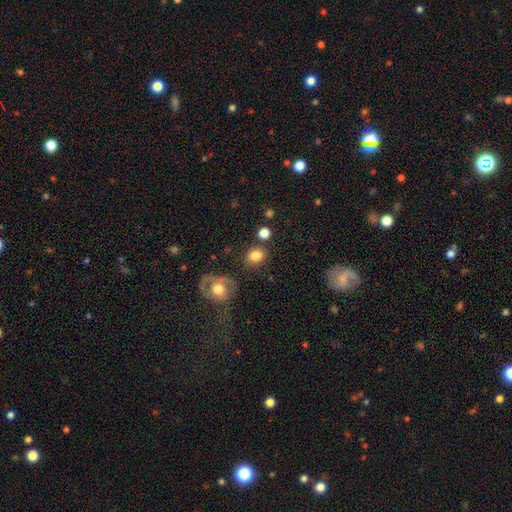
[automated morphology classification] smooth_or_featured: smooth (p=0.82) [alt: star or artifact p=0.10]
how_rounded: round (p=0.51) [alt: in between p=0.48]
merging: none (p=0.74) [alt: minor disturbance p=0.12]